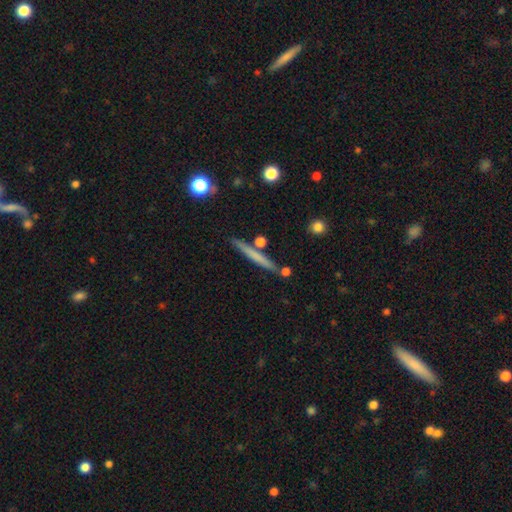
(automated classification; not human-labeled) Overall: smooth (57%; featured or disk 37%). How rounded: cigar-shaped (96%). Merging: none (84%).